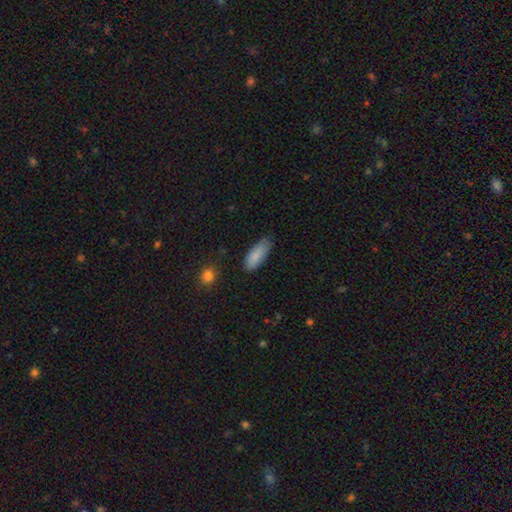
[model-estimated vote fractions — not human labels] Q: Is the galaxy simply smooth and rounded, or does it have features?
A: smooth — 87%.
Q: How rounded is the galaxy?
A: in between — 78%.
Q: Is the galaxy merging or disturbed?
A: none — 72%.